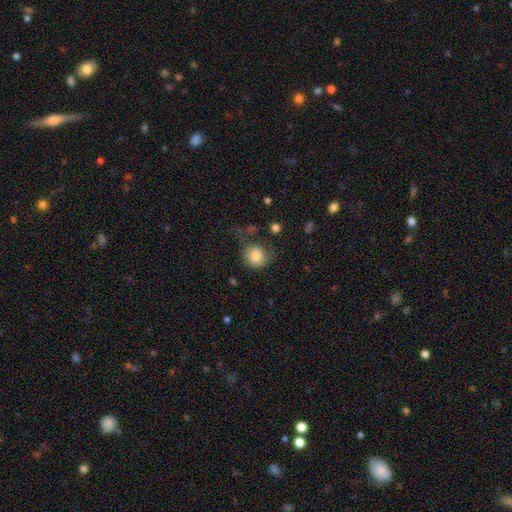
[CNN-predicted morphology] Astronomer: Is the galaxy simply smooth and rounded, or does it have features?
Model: smooth — 82%.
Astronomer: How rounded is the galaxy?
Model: round — 83%.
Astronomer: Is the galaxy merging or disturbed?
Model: none — 55%.